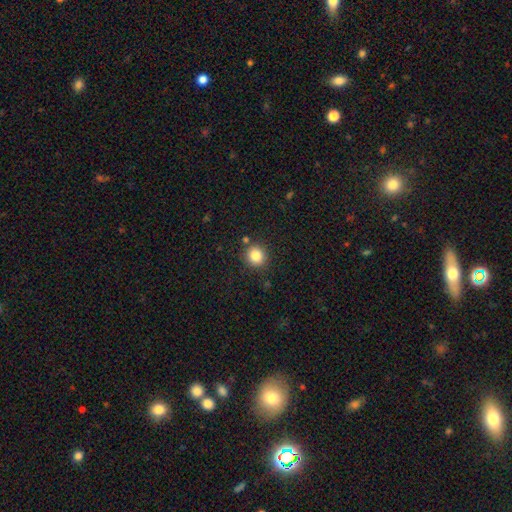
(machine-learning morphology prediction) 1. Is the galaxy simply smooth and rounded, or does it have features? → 83% smooth, 11% star or artifact, 6% featured or disk.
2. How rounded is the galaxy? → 90% round, 9% in between, 1% cigar-shaped.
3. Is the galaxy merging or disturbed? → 85% none, 8% minor disturbance, 4% merger, 3% major disturbance.